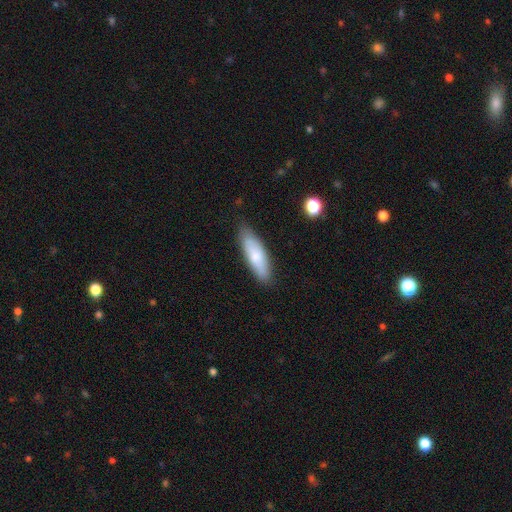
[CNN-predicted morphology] Smooth or featured? Predicted: smooth (p=0.74). How rounded? Predicted: cigar-shaped (p=0.52). Merging? Predicted: none (p=0.82).